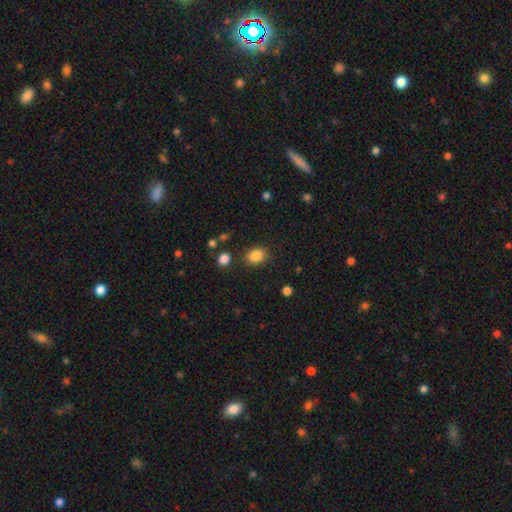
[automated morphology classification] The model was most divided on "how rounded": in between: 58%, round: 41%, cigar-shaped: 1%. More confident: smooth or featured — smooth (86%); merging — none (83%).